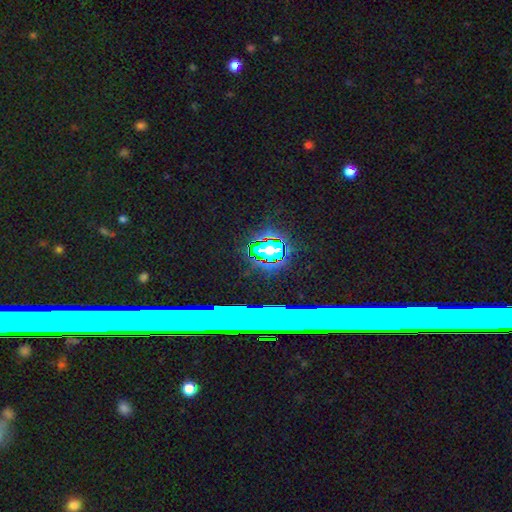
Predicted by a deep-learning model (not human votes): Overall: star or artifact (71%).